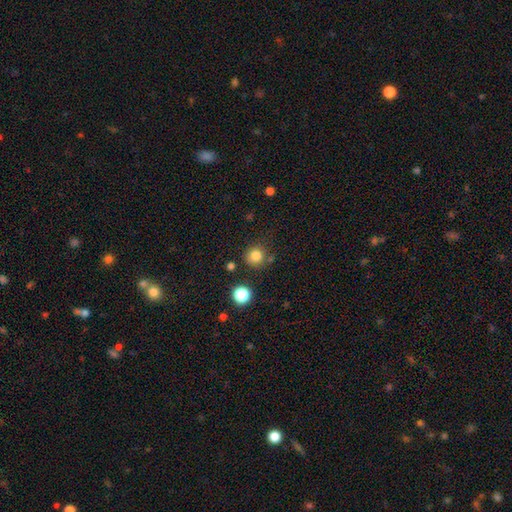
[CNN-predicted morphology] Smooth or featured?
  - smooth: 81% *
  - star or artifact: 13%
  - featured or disk: 6%
How rounded?
  - round: 92% *
  - in between: 7%
  - cigar-shaped: 1%
Merging?
  - none: 80% *
  - minor disturbance: 10%
  - merger: 6%
  - major disturbance: 3%